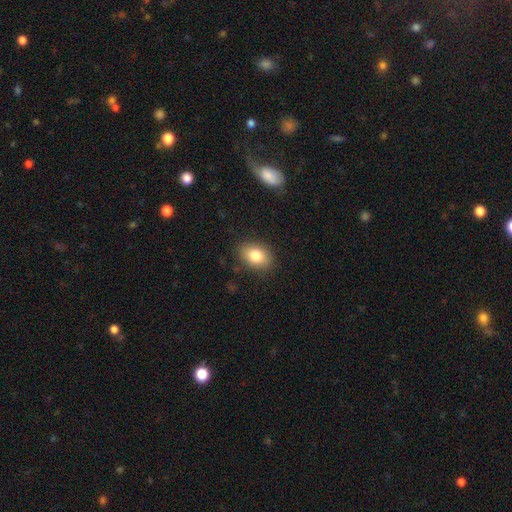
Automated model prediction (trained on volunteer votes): The model was most divided on "how rounded": in between: 78%, round: 21%, cigar-shaped: 1%. More confident: merging — none (86%); smooth or featured — smooth (81%).